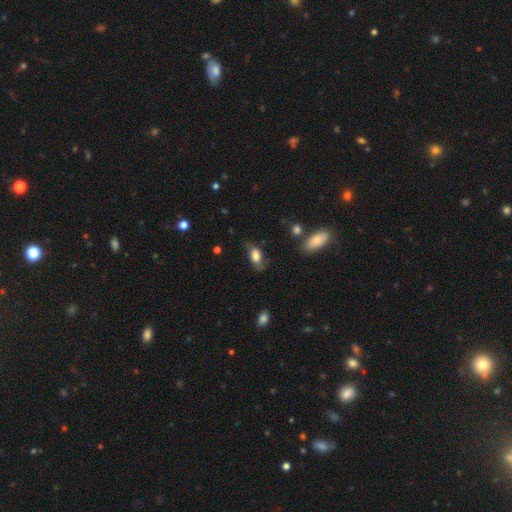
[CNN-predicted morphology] The model was most divided on "merging": none: 55%, minor disturbance: 29%, major disturbance: 14%, merger: 3%. More confident: how rounded — in between (87%); smooth or featured — smooth (70%).